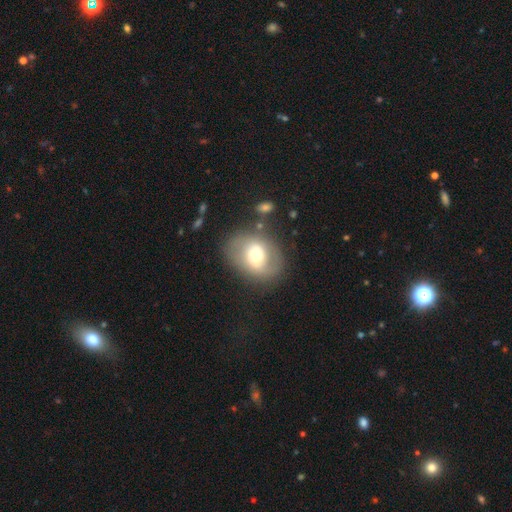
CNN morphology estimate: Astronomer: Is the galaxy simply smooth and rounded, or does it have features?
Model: smooth — 46%, tied with featured or disk at 46%.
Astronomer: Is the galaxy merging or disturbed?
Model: none — 72%.